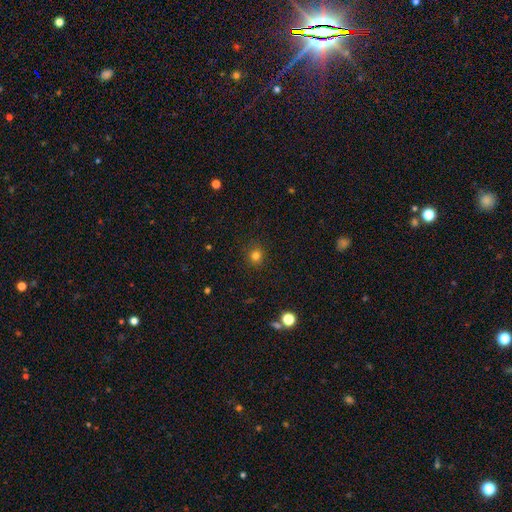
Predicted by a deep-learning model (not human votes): Q: Smooth or featured?
A: smooth (79%); runner-up: star or artifact (16%)
Q: How rounded?
A: round (91%); runner-up: in between (8%)
Q: Merging?
A: none (90%); runner-up: minor disturbance (7%)